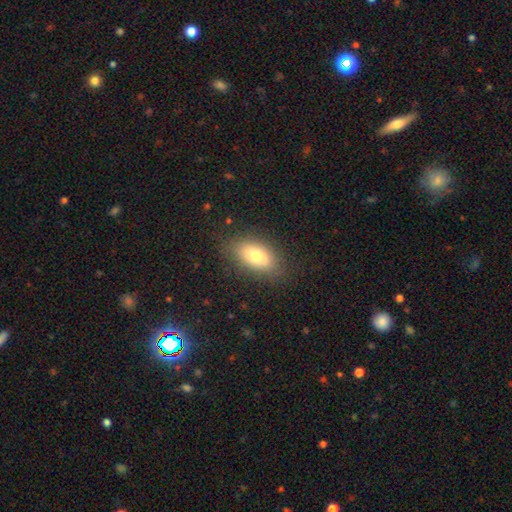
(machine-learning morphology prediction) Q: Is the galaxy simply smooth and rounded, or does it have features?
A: smooth — 76%.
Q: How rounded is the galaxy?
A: in between — 88%.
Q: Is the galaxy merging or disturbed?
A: none — 82%.